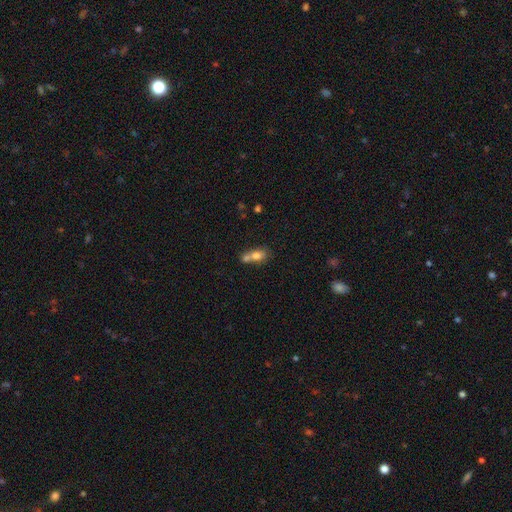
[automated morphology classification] smooth-or-featured: smooth: 74% | featured or disk: 17% | star or artifact: 9%
  how-rounded: in between: 68% | round: 26% | cigar-shaped: 6%
  merging: merger: 64% | none: 22% | minor disturbance: 9% | major disturbance: 5%